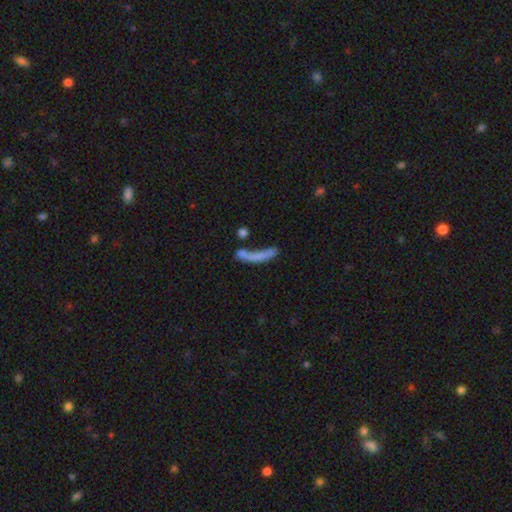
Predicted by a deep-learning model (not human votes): This appears to be a smooth galaxy with no disk features (56%) that is cigar-shaped (76%). Merging: none (33%).